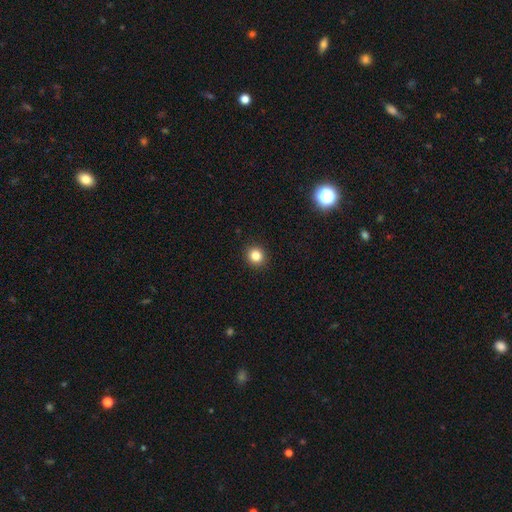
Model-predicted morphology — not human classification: smooth-or-featured: smooth: 83% | star or artifact: 12% | featured or disk: 5%
  how-rounded: round: 90% | in between: 9% | cigar-shaped: 1%
  merging: none: 92% | minor disturbance: 5% | major disturbance: 2% | merger: 1%